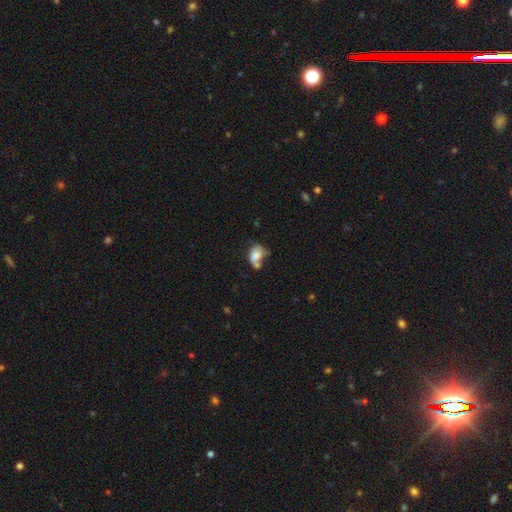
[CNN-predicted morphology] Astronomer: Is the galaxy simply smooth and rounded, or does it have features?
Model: smooth — 73%.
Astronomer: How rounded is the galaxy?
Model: in between — 78%.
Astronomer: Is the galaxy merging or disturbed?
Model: merger — 34% (runner-up: none, 28%).